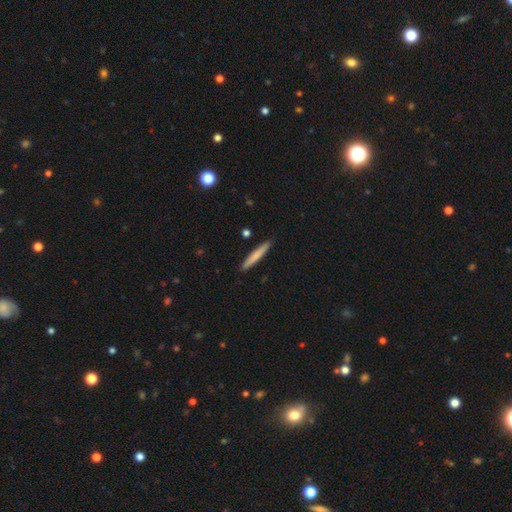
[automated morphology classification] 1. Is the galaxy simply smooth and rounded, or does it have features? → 73% smooth, 22% featured or disk, 5% star or artifact.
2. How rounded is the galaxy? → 95% cigar-shaped, 4% in between, 1% round.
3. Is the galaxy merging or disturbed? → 90% none, 7% minor disturbance, 2% merger, 1% major disturbance.